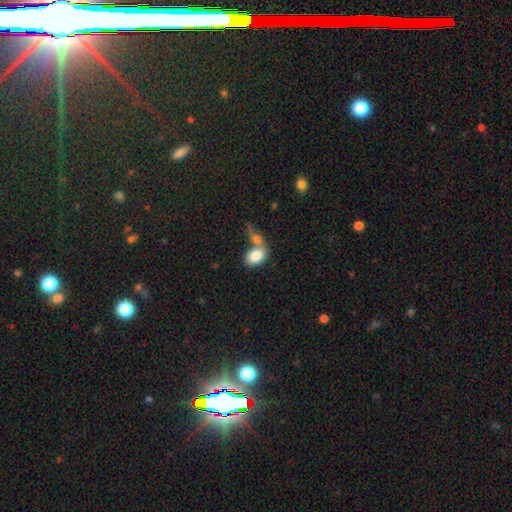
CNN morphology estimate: Smooth or featured?
  - smooth: 82% *
  - featured or disk: 11%
  - star or artifact: 7%
How rounded?
  - in between: 80% *
  - round: 18%
  - cigar-shaped: 2%
Merging?
  - merger: 53% *
  - none: 32%
  - minor disturbance: 10%
  - major disturbance: 6%